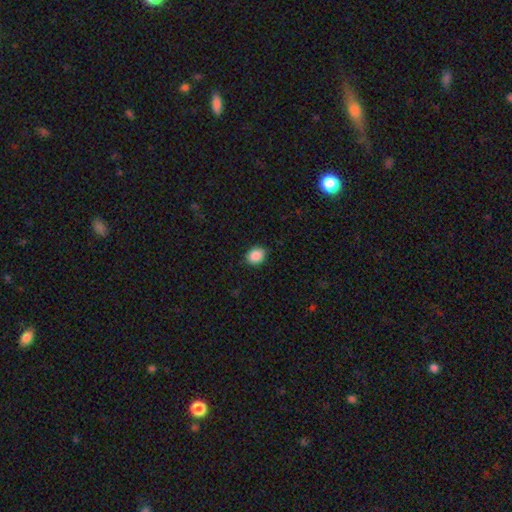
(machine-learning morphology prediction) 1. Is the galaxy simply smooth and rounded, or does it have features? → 89% smooth, 8% star or artifact, 3% featured or disk.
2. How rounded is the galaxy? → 51% in between, 48% round, 1% cigar-shaped.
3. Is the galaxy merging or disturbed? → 88% none, 9% minor disturbance, 2% major disturbance, 1% merger.